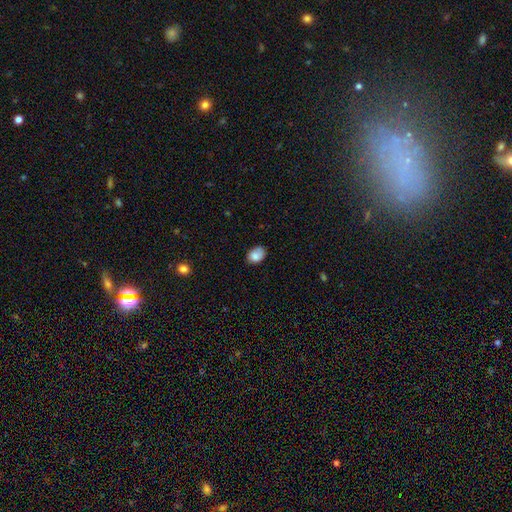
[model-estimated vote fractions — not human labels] This is clearly a smooth galaxy (84%). How rounded: likely in between (74%). Merging: likely none (66%).